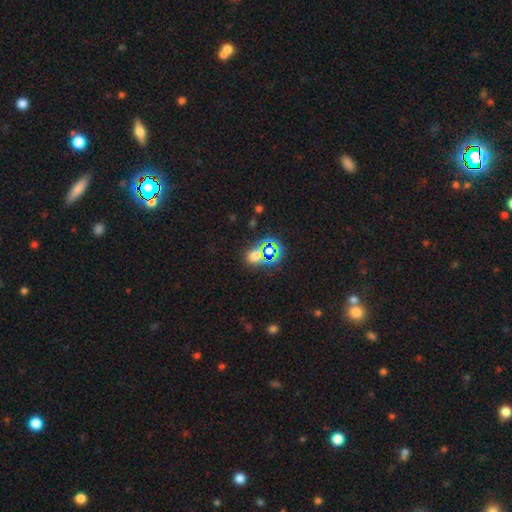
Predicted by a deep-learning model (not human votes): Smooth or featured? star or artifact (50%)